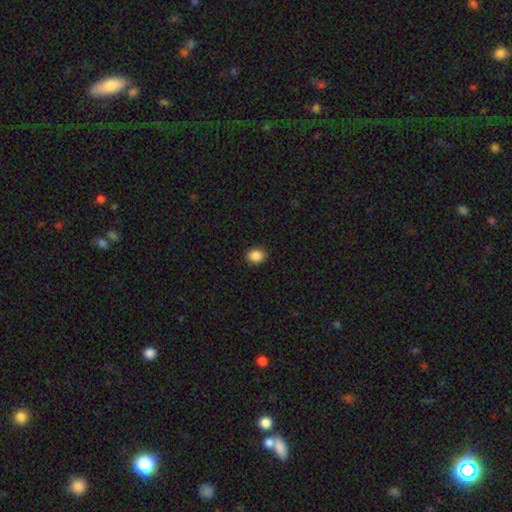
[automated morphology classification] Q: Smooth or featured?
A: smooth (88%); runner-up: star or artifact (9%)
Q: How rounded?
A: round (58%); runner-up: in between (41%)
Q: Merging?
A: none (91%); runner-up: minor disturbance (7%)